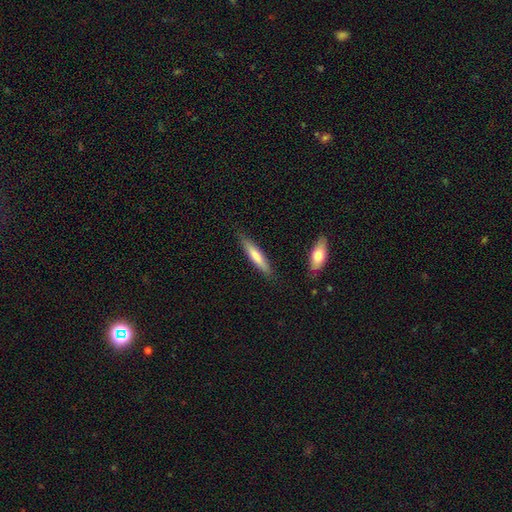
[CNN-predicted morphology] The model was most divided on "smooth or featured": smooth: 64%, featured or disk: 31%, star or artifact: 5%. More confident: how rounded — cigar-shaped (88%); merging — none (85%).